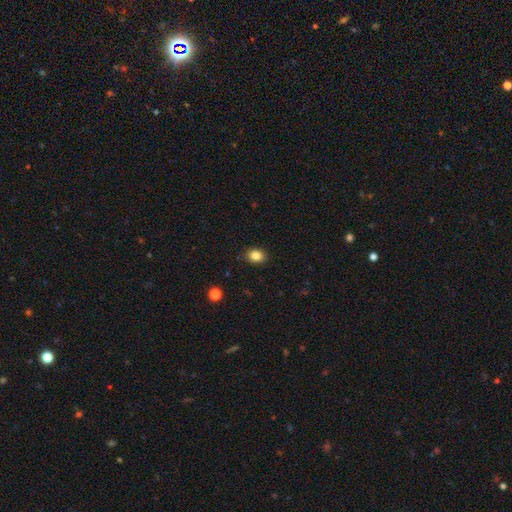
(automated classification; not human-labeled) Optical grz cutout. It shows a smooth galaxy with no disk features (84%) that is in between round and cigar-shaped (53%). Merging: none (88%).